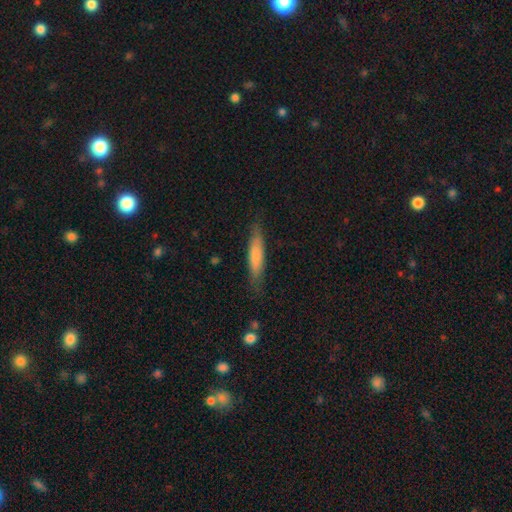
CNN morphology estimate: Smooth or featured? Predicted: smooth (p=0.73). How rounded? Predicted: cigar-shaped (p=0.82). Merging? Predicted: none (p=0.81).